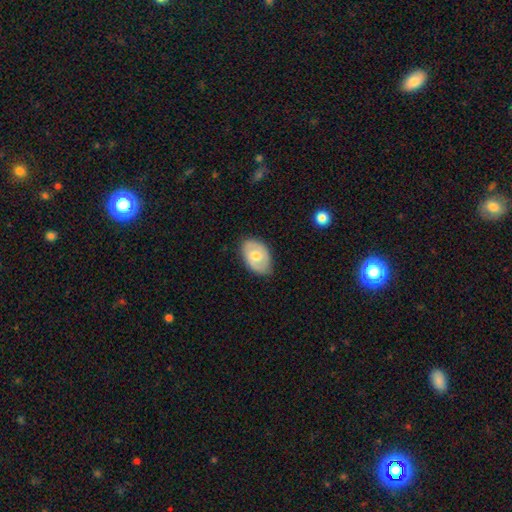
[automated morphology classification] Smooth or featured: smooth — 55% (featured or disk — 39%)
How rounded: in between — 85% (round — 13%)
Merging: none — 77% (minor disturbance — 19%)